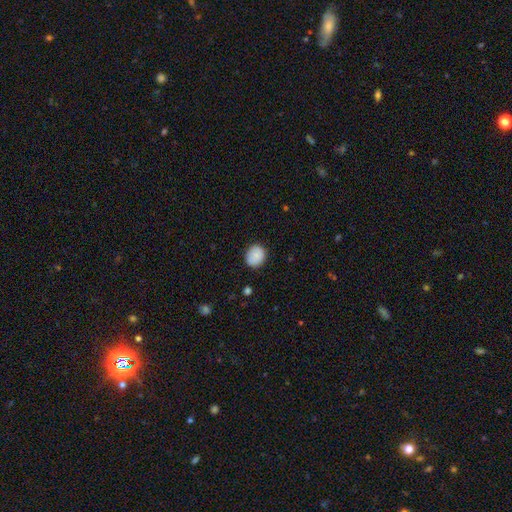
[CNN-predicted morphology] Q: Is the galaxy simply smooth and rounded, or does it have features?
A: smooth — 87%.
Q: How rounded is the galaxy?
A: round — 68%.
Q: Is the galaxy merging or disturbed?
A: none — 84%.